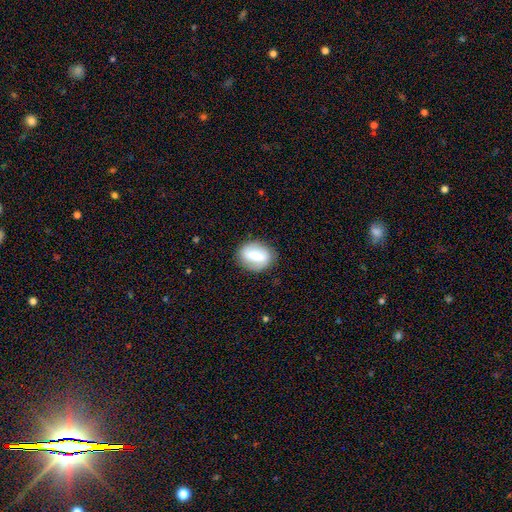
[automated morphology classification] A smooth galaxy with no disk features (62%) that is in between round and cigar-shaped (63%). Merging: none (80%).